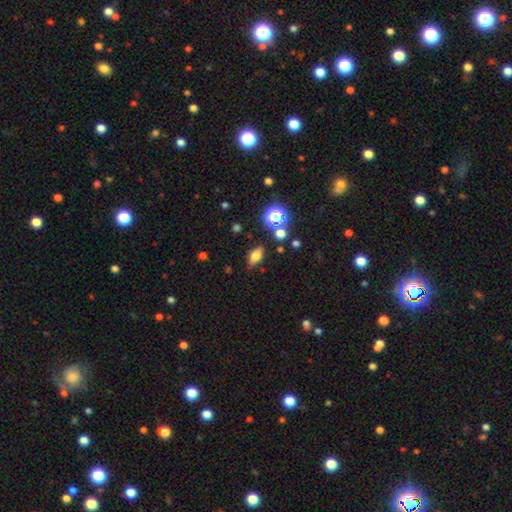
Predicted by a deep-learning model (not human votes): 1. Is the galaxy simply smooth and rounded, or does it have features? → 72% smooth, 15% star or artifact, 13% featured or disk.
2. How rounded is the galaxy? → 78% in between, 12% round, 9% cigar-shaped.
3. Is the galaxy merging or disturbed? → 81% none, 13% minor disturbance, 3% major disturbance, 3% merger.